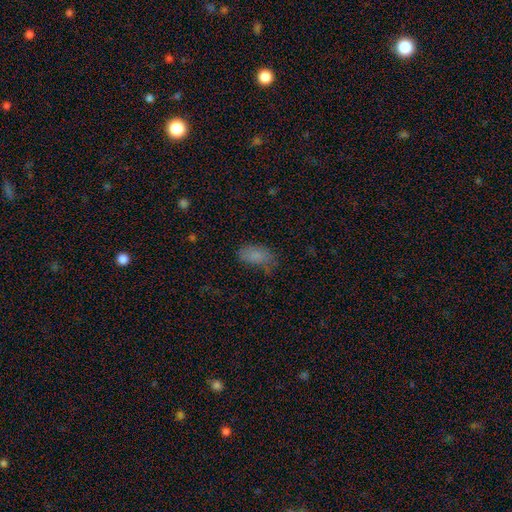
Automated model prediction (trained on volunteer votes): The model was most divided on "merging": none: 55%, minor disturbance: 29%, major disturbance: 13%, merger: 3%. More confident: how rounded — in between (92%); smooth or featured — smooth (80%).